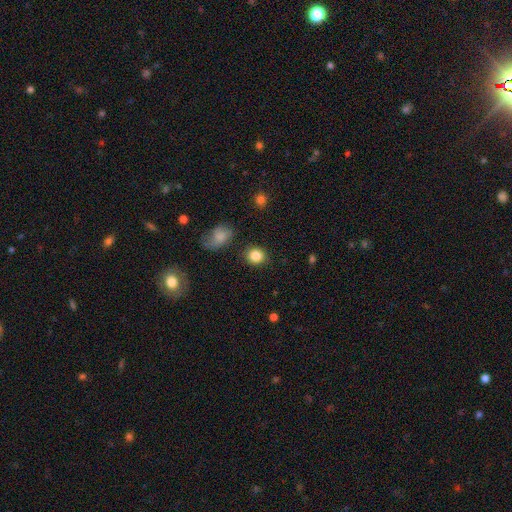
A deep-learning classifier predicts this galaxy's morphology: The model was most divided on "how rounded": round: 78%, in between: 21%, cigar-shaped: 1%. More confident: merging — none (86%); smooth or featured — smooth (86%).